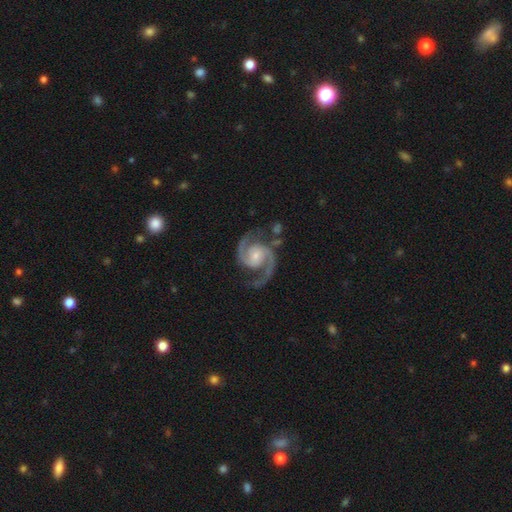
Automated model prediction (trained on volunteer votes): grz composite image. It shows a featured or disk galaxy (93%) with no bar (61%), 2 (94%) medium (63%) spiral arms (99%) and a small central bulge (60%). Merging: none (77%).